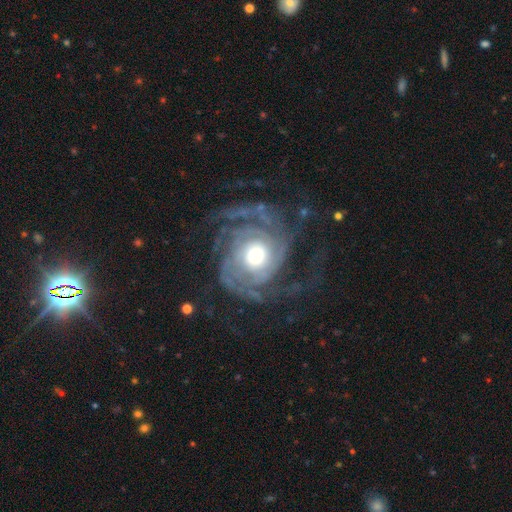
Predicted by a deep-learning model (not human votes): Morphology: type=featured or disk (88%); edge-on=no (97%); bar=no (80%); spiral arms=yes (96%); winding=tight (57%); arm count=can't tell (24%); bulge=moderate (54%); merging=none (56%).